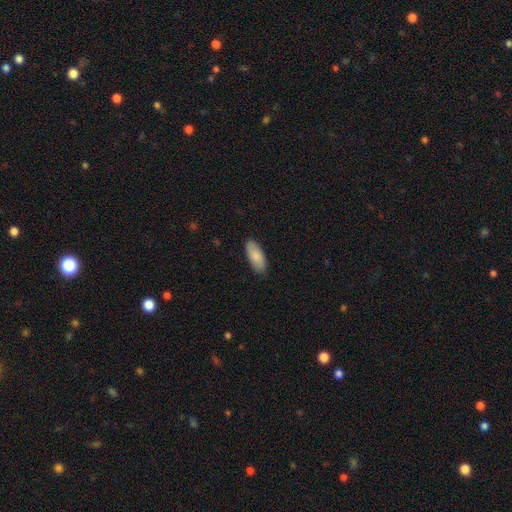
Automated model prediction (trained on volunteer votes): Smooth or featured?
  - smooth: 84% *
  - featured or disk: 10%
  - star or artifact: 6%
How rounded?
  - in between: 84% *
  - cigar-shaped: 14%
  - round: 2%
Merging?
  - none: 87% *
  - minor disturbance: 10%
  - major disturbance: 2%
  - merger: 1%